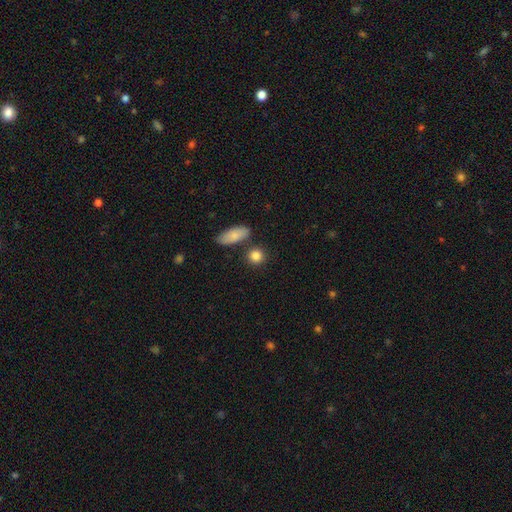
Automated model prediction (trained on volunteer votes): The model was most divided on "how rounded": round: 82%, in between: 15%, cigar-shaped: 3%. More confident: smooth or featured — smooth (86%); merging — none (78%).